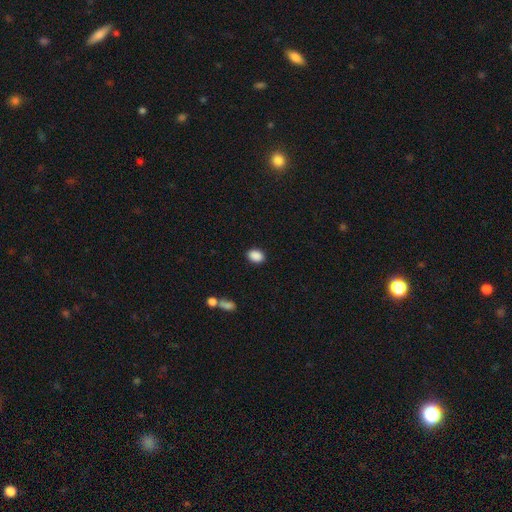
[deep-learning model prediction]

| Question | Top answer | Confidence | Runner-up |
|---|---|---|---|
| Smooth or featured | smooth | 89% | star or artifact (8%) |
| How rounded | in between | 71% | round (28%) |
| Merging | none | 87% | minor disturbance (8%) |